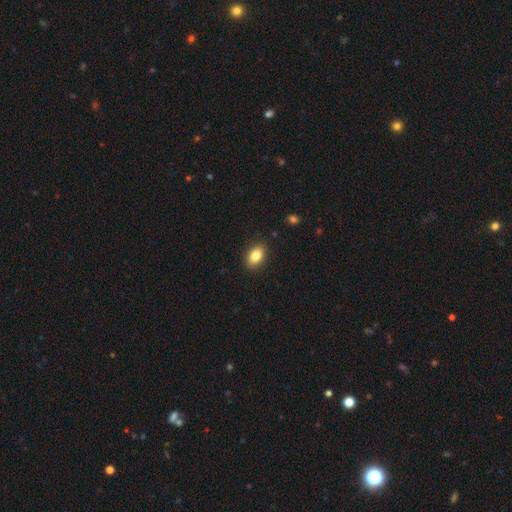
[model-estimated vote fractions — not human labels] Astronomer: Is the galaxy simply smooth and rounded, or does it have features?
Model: smooth — 84%.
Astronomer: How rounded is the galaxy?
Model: in between — 87%.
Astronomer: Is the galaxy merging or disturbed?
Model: none — 88%.